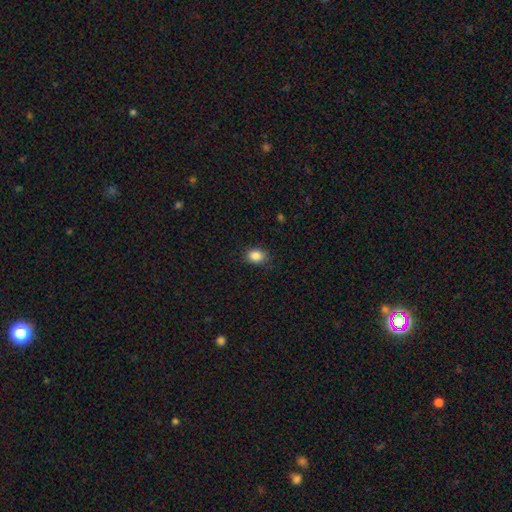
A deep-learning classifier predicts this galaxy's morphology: A smooth galaxy with no disk features (87%) that is in between round and cigar-shaped (58%).

Vote fractions:
- Smooth or featured? smooth: 87% / star or artifact: 10% / featured or disk: 4%
- How rounded? in between: 58% / round: 41% / cigar-shaped: 1%
- Merging? none: 82% / minor disturbance: 14% / major disturbance: 3% / merger: 1%